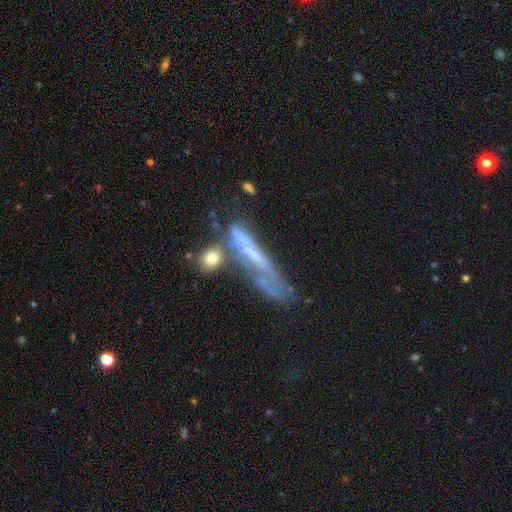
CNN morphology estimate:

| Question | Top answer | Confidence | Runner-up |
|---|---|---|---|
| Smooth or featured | featured or disk | 47% | smooth (42%) |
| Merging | none | 36% | major disturbance (22%) |